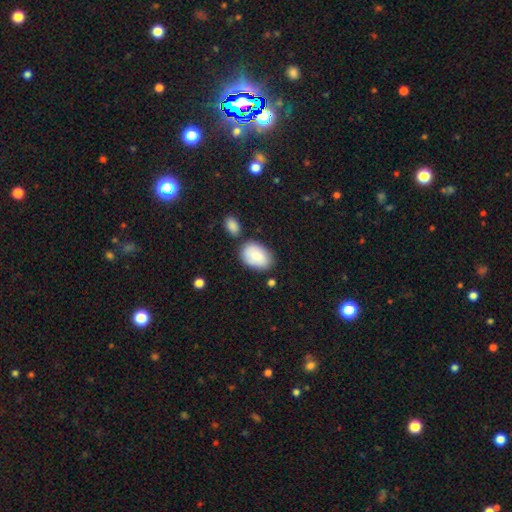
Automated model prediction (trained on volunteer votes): Smooth or featured? smooth (84%)
How rounded? in between (88%)
Merging? none (67%)